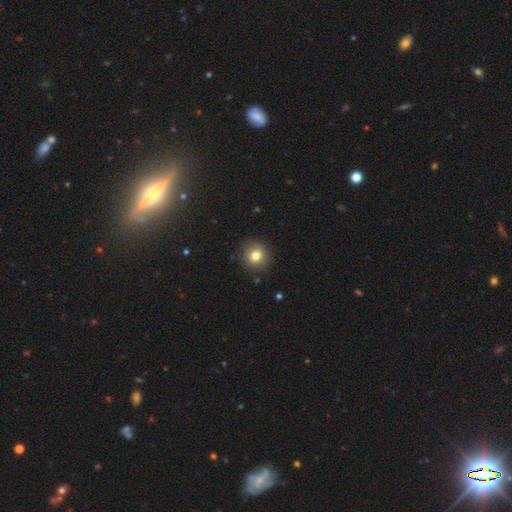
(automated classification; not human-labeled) This appears to be a smooth galaxy with no disk features (80%) that is round (91%). Merging: none (90%).